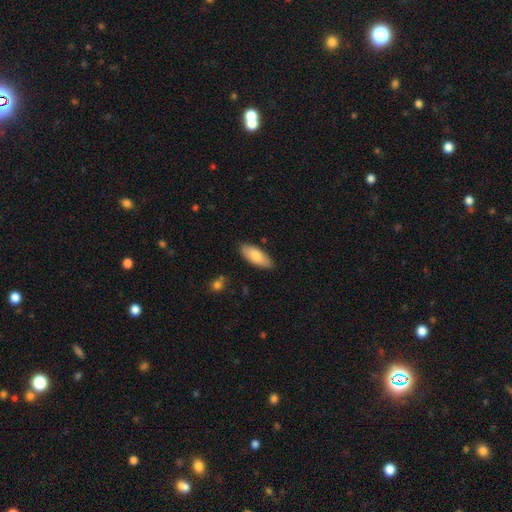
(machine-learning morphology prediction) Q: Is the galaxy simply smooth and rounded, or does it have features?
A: smooth — 80%.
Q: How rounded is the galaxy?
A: in between — 80%.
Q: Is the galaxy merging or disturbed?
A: none — 85%.